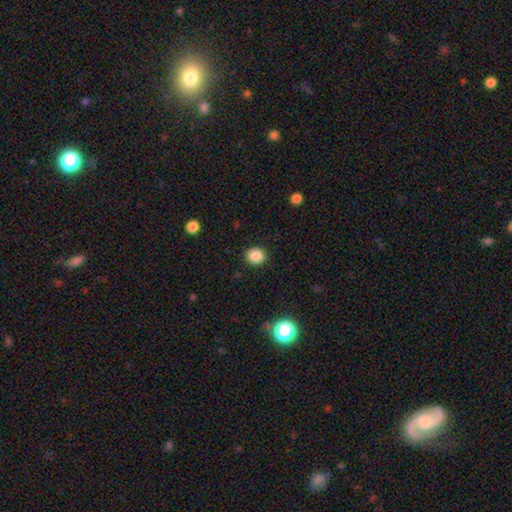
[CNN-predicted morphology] The model was most divided on "how rounded": round: 82%, in between: 17%, cigar-shaped: 1%. More confident: merging — none (91%); smooth or featured — smooth (86%).